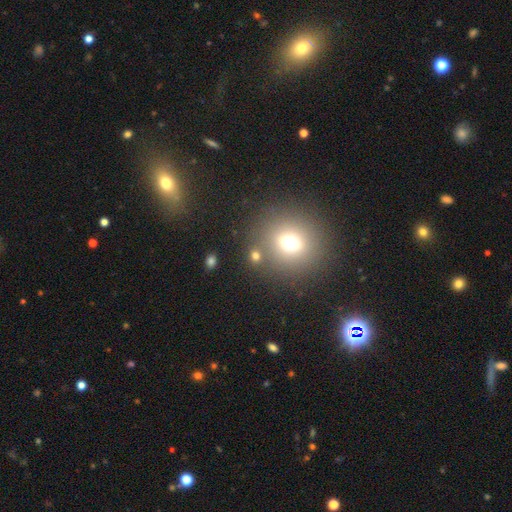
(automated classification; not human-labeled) smooth 65%, star or artifact 23%, featured or disk 12%. Down the decision tree: how rounded — round (75%); merging — none (70%).